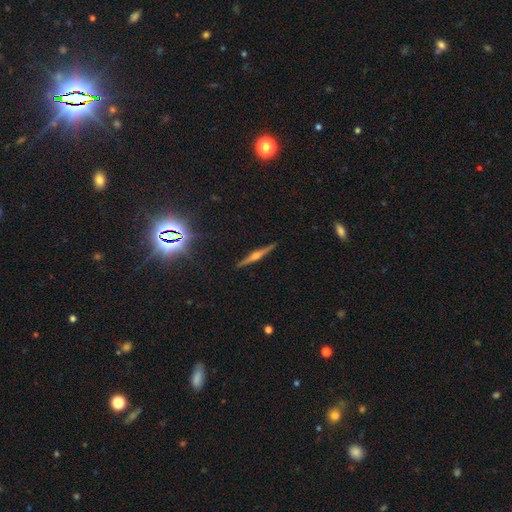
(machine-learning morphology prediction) Smooth or featured?
  - featured or disk: 75% *
  - star or artifact: 13%
  - smooth: 12%
Edge-on disk?
  - yes: 98% *
  - no: 2%
Edge-on bulge?
  - rounded: 88% *
  - boxy: 8%
  - none: 4%
Merging?
  - none: 91% *
  - minor disturbance: 6%
  - major disturbance: 1%
  - merger: 1%